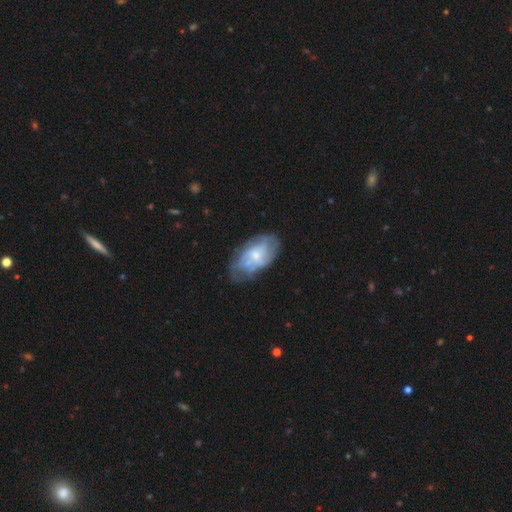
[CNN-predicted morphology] Smooth or featured? featured or disk (61%)
Edge-on disk? no (95%)
Bar? no (68%)
Spiral arms? yes (64%)
Bulge size? small (51%)
Merging? none (55%)